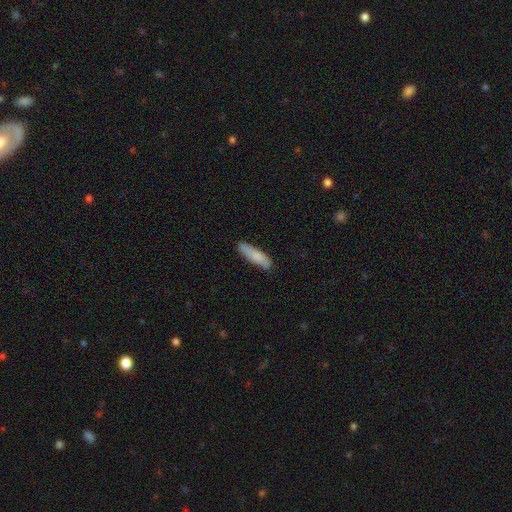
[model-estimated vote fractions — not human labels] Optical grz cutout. It shows a smooth galaxy with no disk features (82%) that is cigar-shaped (65%). Merging: none (83%).